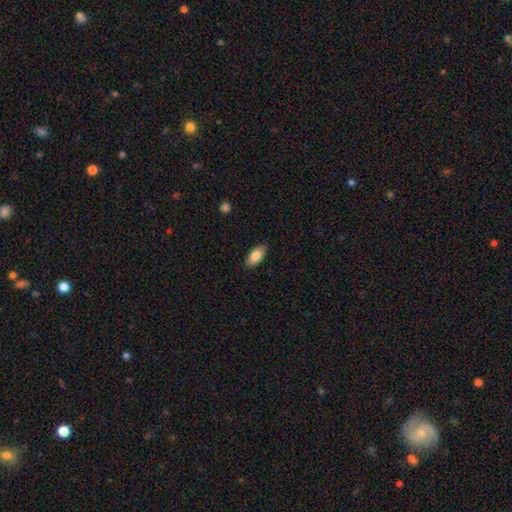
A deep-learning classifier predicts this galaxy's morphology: A smooth galaxy with no disk features (84%) that is in between round and cigar-shaped (89%).

Vote fractions:
- Smooth or featured? smooth: 84% / featured or disk: 10% / star or artifact: 6%
- How rounded? in between: 89% / cigar-shaped: 8% / round: 3%
- Merging? none: 87% / minor disturbance: 10% / major disturbance: 2% / merger: 1%